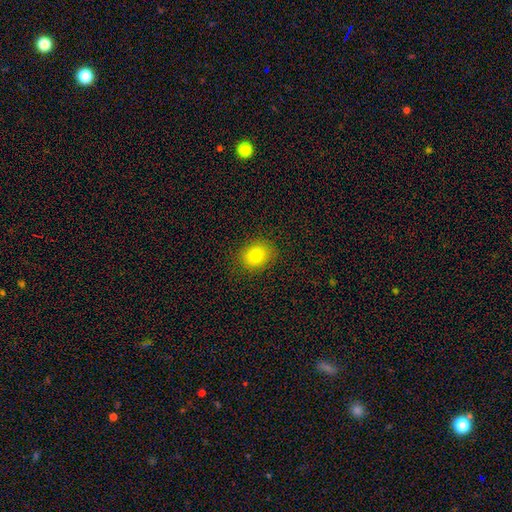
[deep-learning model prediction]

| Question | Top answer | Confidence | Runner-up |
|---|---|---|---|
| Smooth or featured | smooth | 80% | star or artifact (11%) |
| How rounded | round | 64% | in between (36%) |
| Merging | none | 87% | minor disturbance (9%) |